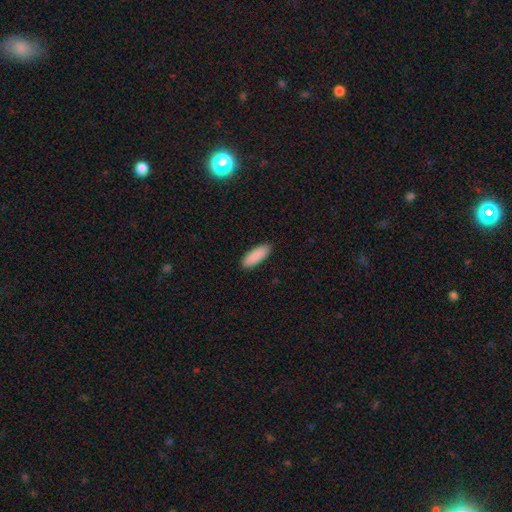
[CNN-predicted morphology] This appears to be a smooth galaxy with no disk features (90%) that is in between round and cigar-shaped (65%). Merging: none (90%).